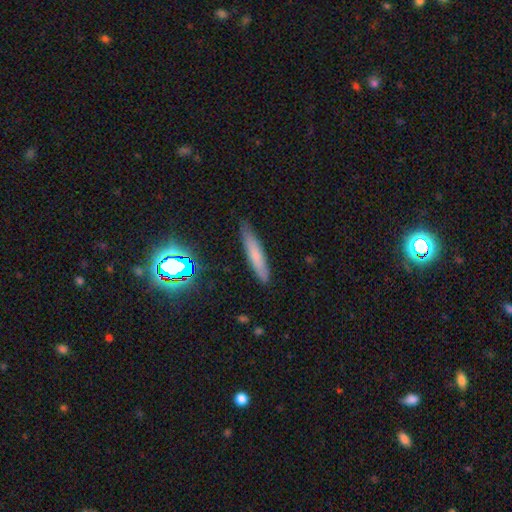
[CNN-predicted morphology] Smooth or featured?
  - smooth: 64% *
  - featured or disk: 24%
  - star or artifact: 12%
How rounded?
  - cigar-shaped: 88% *
  - in between: 10%
  - round: 2%
Merging?
  - none: 83% *
  - minor disturbance: 13%
  - major disturbance: 3%
  - merger: 2%